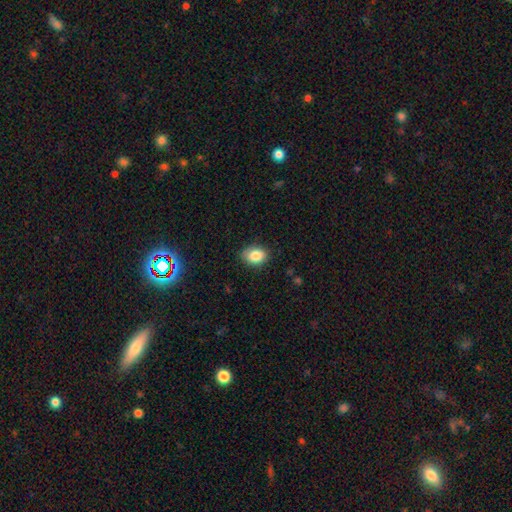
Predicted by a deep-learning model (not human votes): Morphology: type=smooth (85%); roundness=in between (69%); merging=none (81%).